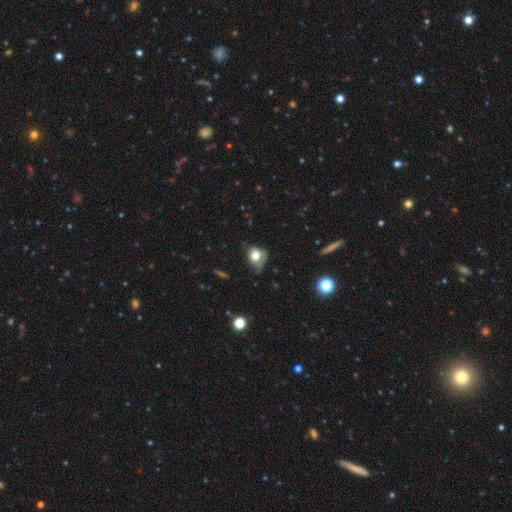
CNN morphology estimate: smooth-or-featured: smooth: 71% | featured or disk: 19% | star or artifact: 11%
  how-rounded: round: 58% | in between: 41% | cigar-shaped: 1%
  merging: none: 40% | minor disturbance: 37% | major disturbance: 20% | merger: 3%